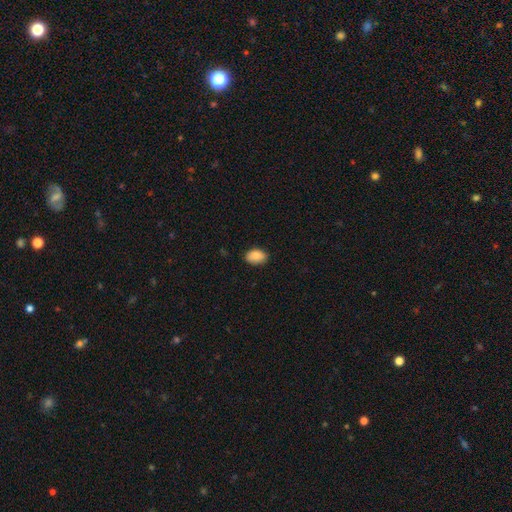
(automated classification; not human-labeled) Overall: smooth (87%). How rounded: in between (88%). Merging: none (86%).